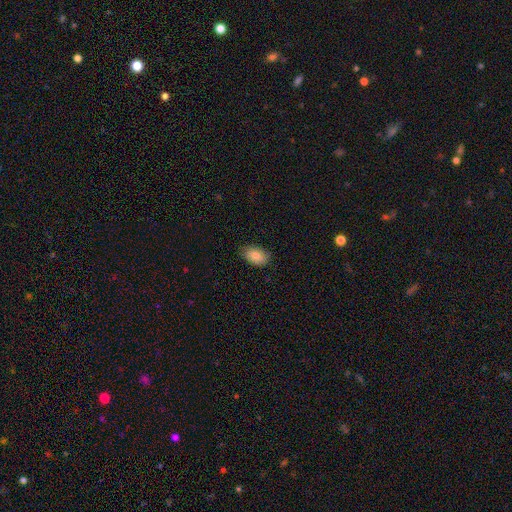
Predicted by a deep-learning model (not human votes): Smooth or featured: smooth — 83% (featured or disk — 10%)
How rounded: in between — 91% (round — 8%)
Merging: none — 82% (minor disturbance — 15%)